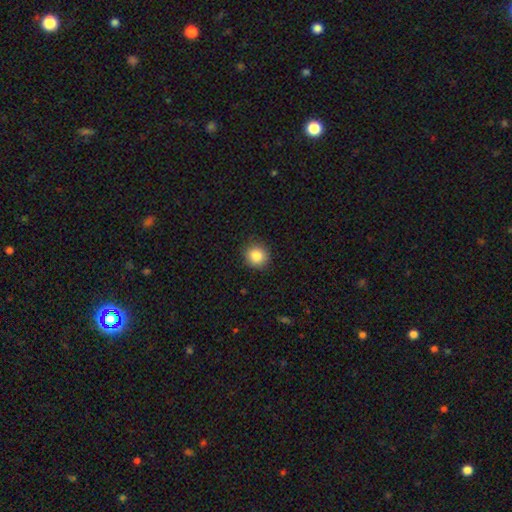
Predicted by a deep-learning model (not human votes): Overall: smooth (86%). How rounded: round (87%). Merging: none (89%).